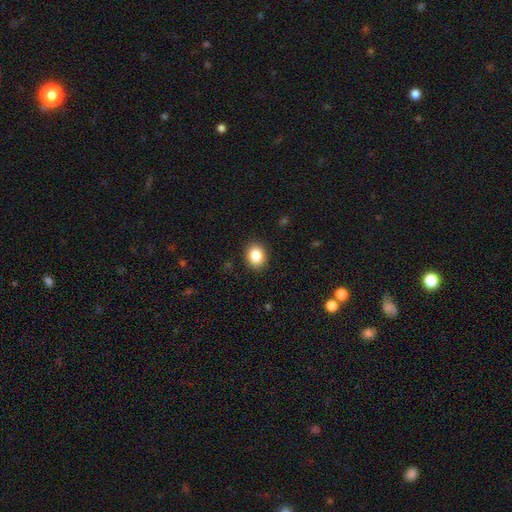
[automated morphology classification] type=smooth (85%); roundness=round (53%); merging=none (90%).